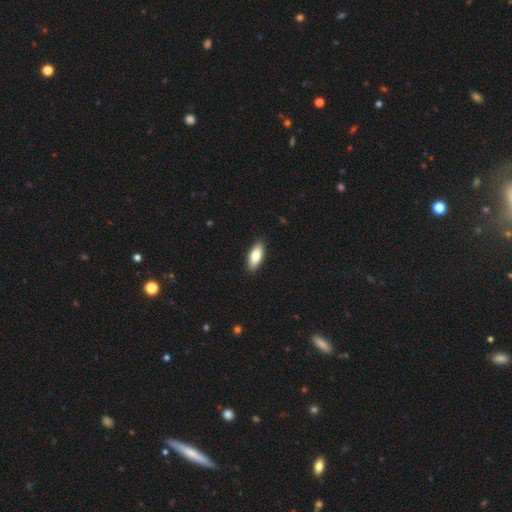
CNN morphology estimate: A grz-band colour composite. It shows a smooth galaxy with no disk features (80%) that is in between round and cigar-shaped (79%). Merging: none (89%).